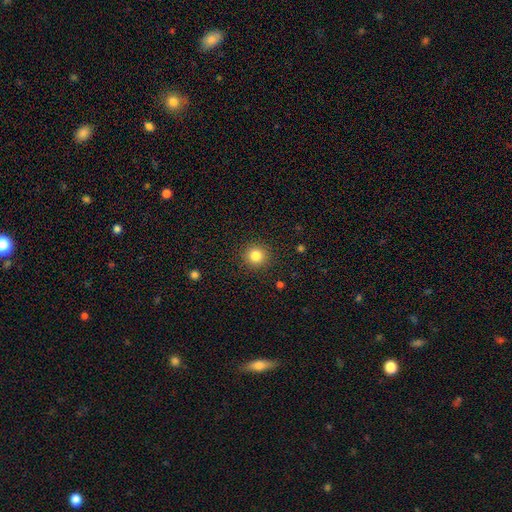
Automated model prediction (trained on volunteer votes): A smooth galaxy with no disk features (84%) that is round (94%). Merging: none (91%).